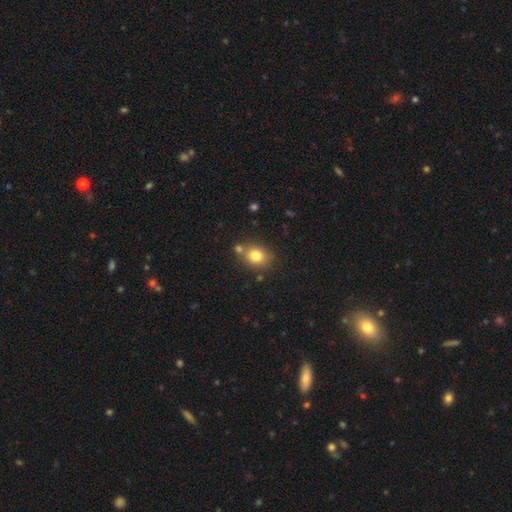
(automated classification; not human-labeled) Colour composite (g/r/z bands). It shows a smooth galaxy with no disk features (80%) that is round (55%). Merging: none (69%).